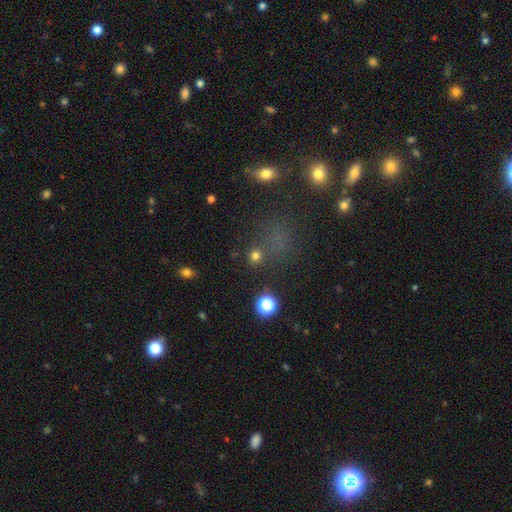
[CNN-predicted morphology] Q: Smooth or featured?
A: smooth (65%); runner-up: star or artifact (28%)
Q: How rounded?
A: round (87%); runner-up: in between (12%)
Q: Merging?
A: none (70%); runner-up: minor disturbance (11%)